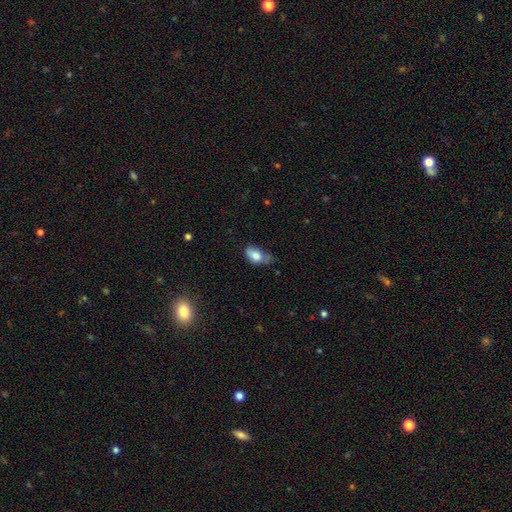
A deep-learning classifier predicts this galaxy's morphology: A smooth galaxy with no disk features (77%) that is in between round and cigar-shaped (86%). Merging: minor disturbance (41%).